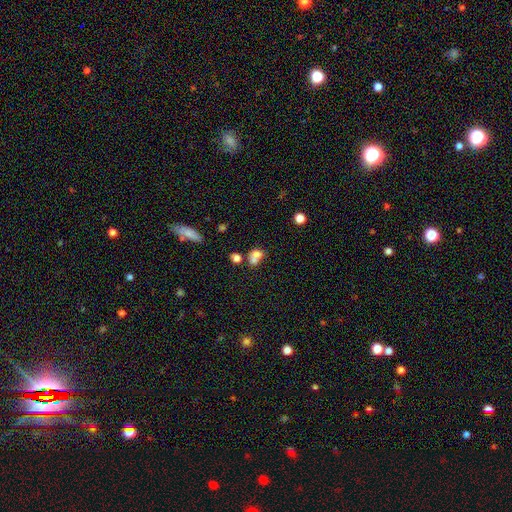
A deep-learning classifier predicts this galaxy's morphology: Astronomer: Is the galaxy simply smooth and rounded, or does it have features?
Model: smooth — 71%.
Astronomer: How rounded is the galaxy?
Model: round — 50% (runner-up: in between, 48%).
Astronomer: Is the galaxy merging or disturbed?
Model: merger — 61%.